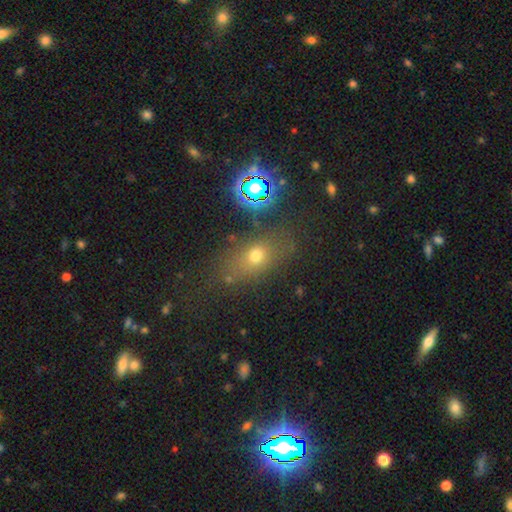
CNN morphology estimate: smooth 61%, star or artifact 23%, featured or disk 16%. Down the decision tree: how rounded — in between (64%); merging — none (71%).